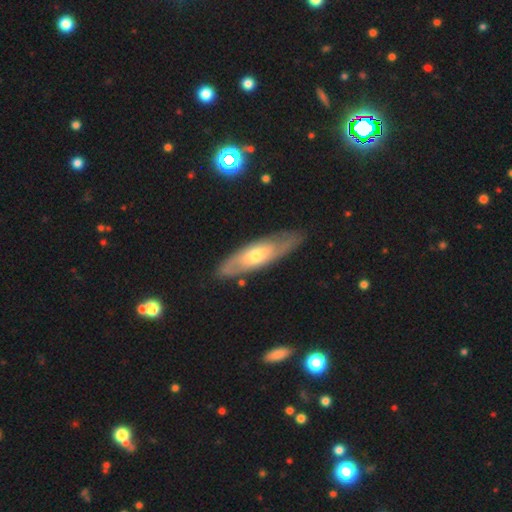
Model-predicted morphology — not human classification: This is likely a featured or disk galaxy (61%). It is likely not viewed edge-on (69%). Merging: clearly none (81%).